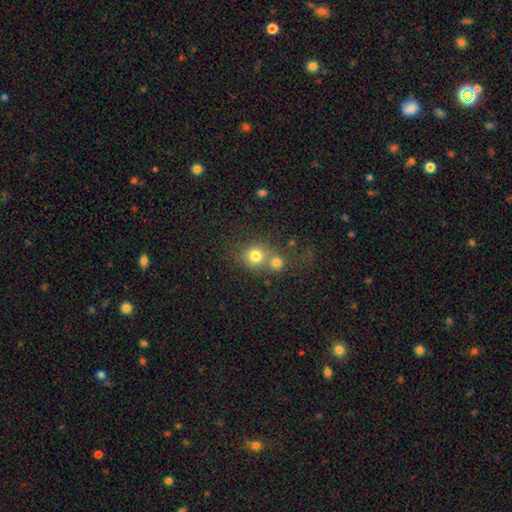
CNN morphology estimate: This is likely a smooth galaxy (77%). How rounded: clearly round (84%). Merging: possibly merger (48%).